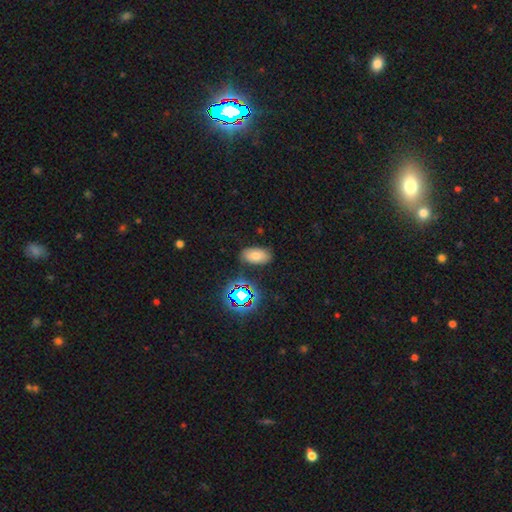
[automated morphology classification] Overall: smooth (61%; star or artifact 26%). How rounded: in between (91%). Merging: none (82%).